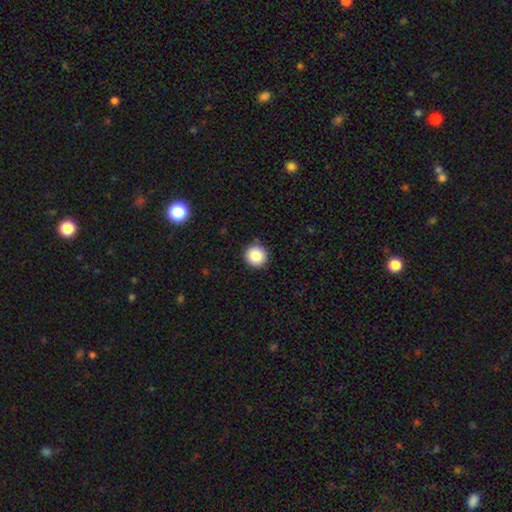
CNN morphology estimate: A smooth galaxy with no disk features (85%) that is round (96%). Merging: none (91%).